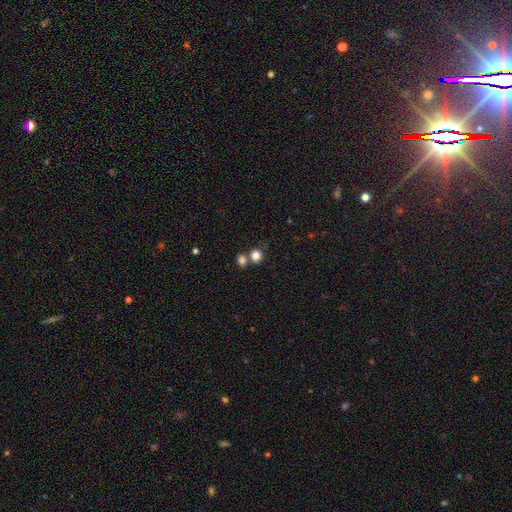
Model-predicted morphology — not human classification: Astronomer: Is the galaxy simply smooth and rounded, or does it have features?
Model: smooth — 83%.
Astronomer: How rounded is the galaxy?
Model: round — 76%.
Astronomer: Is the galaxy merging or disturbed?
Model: none — 56%.